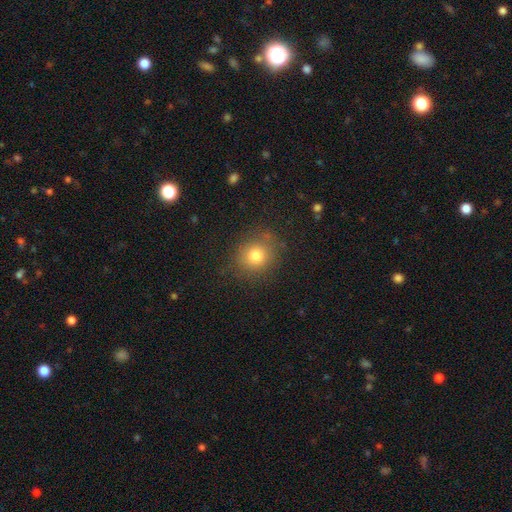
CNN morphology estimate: smooth_or_featured: smooth (p=0.78) [alt: star or artifact p=0.14]
how_rounded: round (p=0.81) [alt: in between p=0.18]
merging: none (p=0.84) [alt: minor disturbance p=0.11]